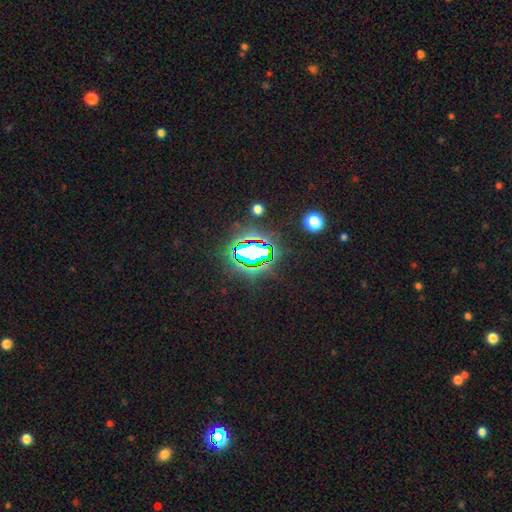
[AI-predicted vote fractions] smooth-or-featured: star or artifact: 82% | smooth: 11% | featured or disk: 7%